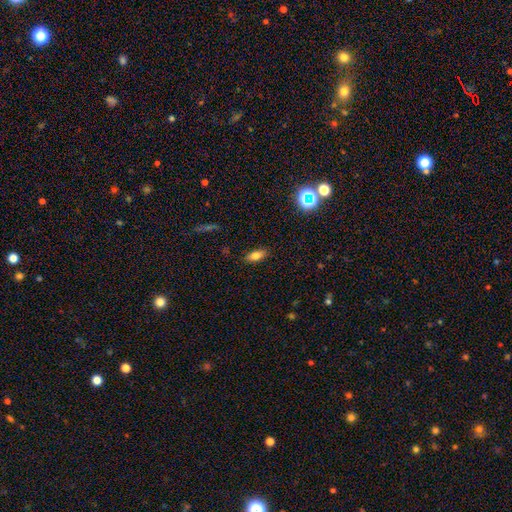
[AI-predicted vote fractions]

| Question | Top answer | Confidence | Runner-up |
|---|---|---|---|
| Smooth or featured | smooth | 73% | featured or disk (15%) |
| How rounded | in between | 80% | cigar-shaped (15%) |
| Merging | none | 87% | minor disturbance (10%) |